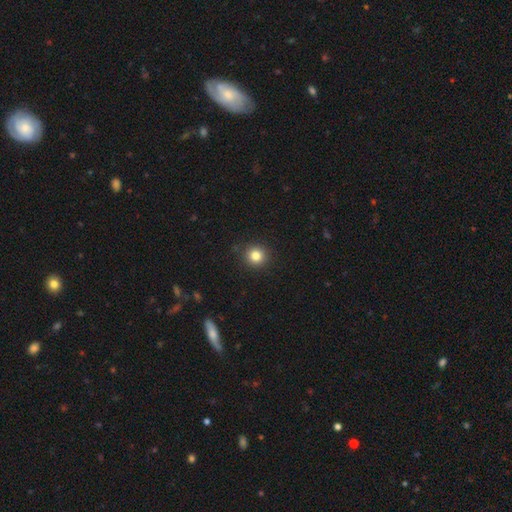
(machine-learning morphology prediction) Smooth or featured? smooth (83%)
How rounded? round (94%)
Merging? none (92%)